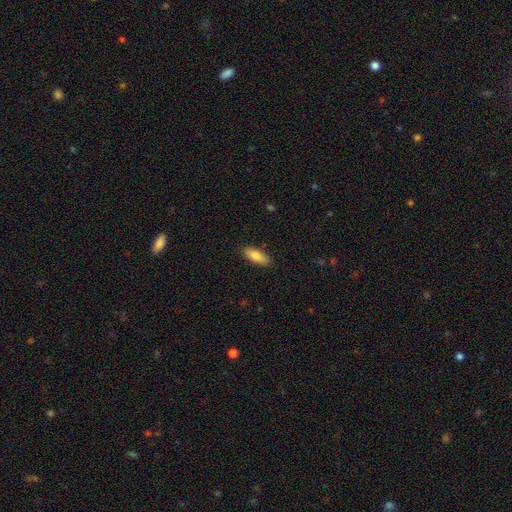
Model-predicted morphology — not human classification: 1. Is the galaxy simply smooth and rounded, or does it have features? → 86% smooth, 8% featured or disk, 6% star or artifact.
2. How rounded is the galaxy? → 71% in between, 27% cigar-shaped, 2% round.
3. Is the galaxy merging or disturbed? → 88% none, 9% minor disturbance, 2% major disturbance, 1% merger.